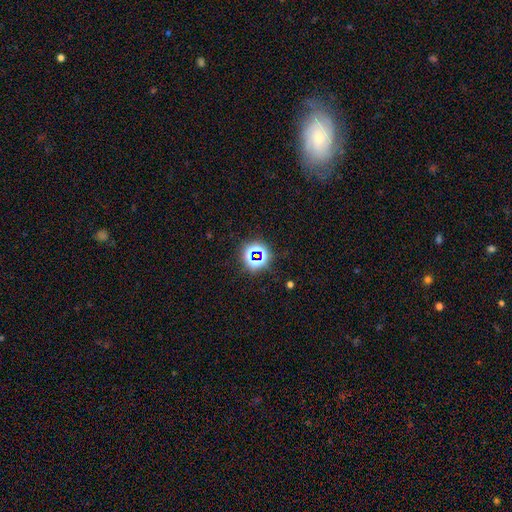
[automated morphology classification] A star or artifact, not a galaxy (69%).